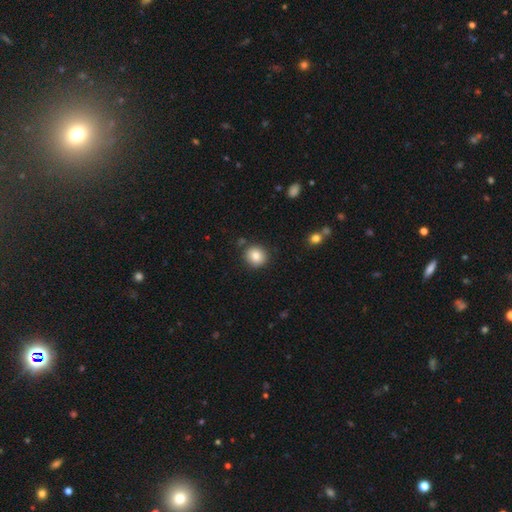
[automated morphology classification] Overall: smooth (84%). How rounded: round (85%). Merging: none (86%).